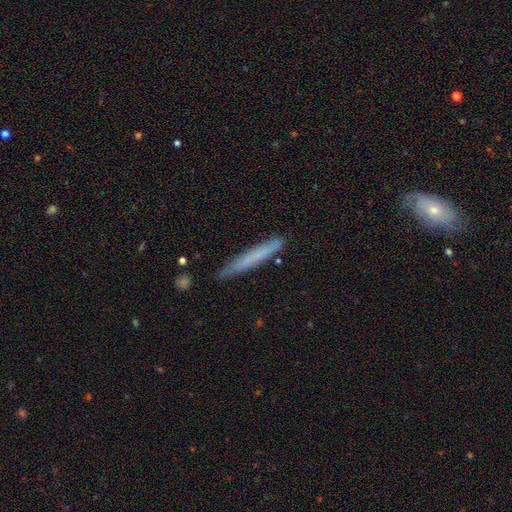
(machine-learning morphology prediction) A smooth galaxy with no disk features (64%) that is cigar-shaped (96%). Merging: none (84%).